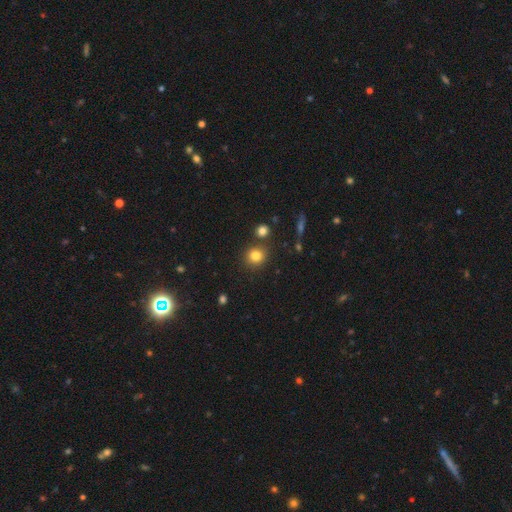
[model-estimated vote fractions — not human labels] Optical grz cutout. It shows a smooth galaxy with no disk features (81%) that is round (88%). Merging: none (81%).